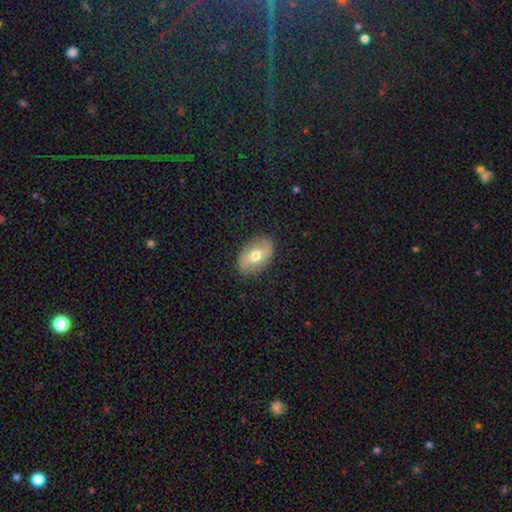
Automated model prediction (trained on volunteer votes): Q: Smooth or featured?
A: smooth (58%); runner-up: featured or disk (34%)
Q: How rounded?
A: in between (85%); runner-up: round (13%)
Q: Merging?
A: none (85%); runner-up: minor disturbance (11%)